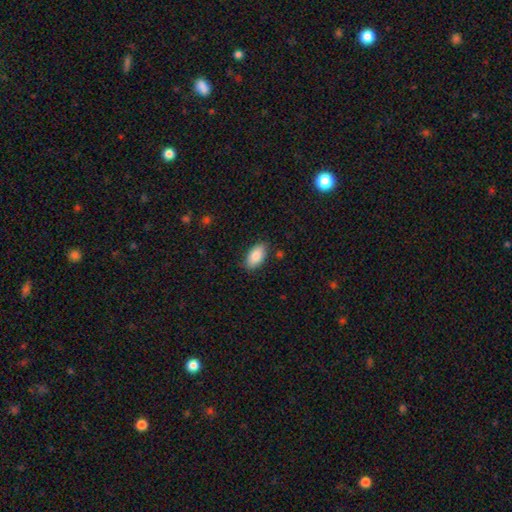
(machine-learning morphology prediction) A smooth galaxy with no disk features (86%) that is in between round and cigar-shaped (94%).

Vote fractions:
- Smooth or featured? smooth: 86% / featured or disk: 8% / star or artifact: 7%
- How rounded? in between: 94% / cigar-shaped: 3% / round: 3%
- Merging? none: 84% / minor disturbance: 12% / major disturbance: 2% / merger: 2%